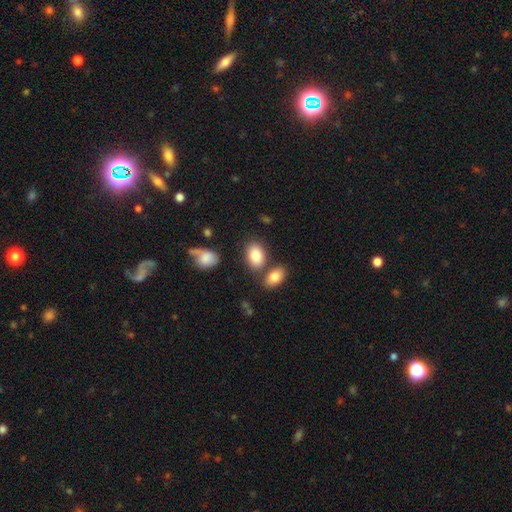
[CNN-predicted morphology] type=smooth (84%); roundness=in between (85%); merging=none (68%).